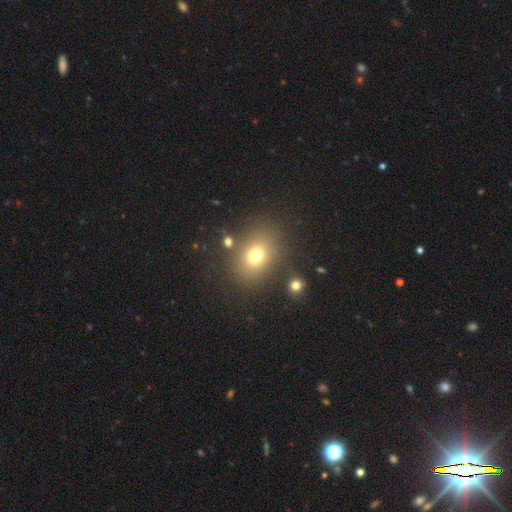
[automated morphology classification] smooth 73%, star or artifact 16%, featured or disk 12%. Down the decision tree: how rounded — in between (53%); merging — none (78%).